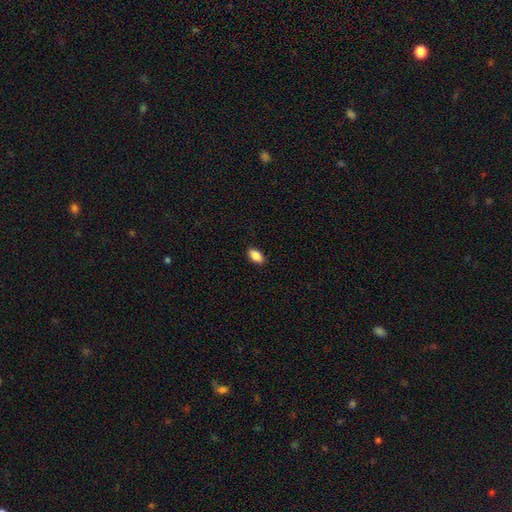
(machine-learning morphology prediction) This appears to be a smooth galaxy with no disk features (88%) that is in between round and cigar-shaped (92%). Merging: none (89%).